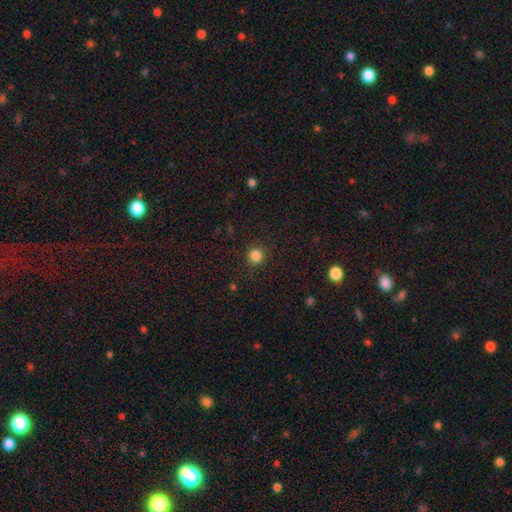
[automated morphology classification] The model was most divided on "smooth or featured": smooth: 84%, star or artifact: 12%, featured or disk: 4%. More confident: how rounded — round (94%); merging — none (90%).